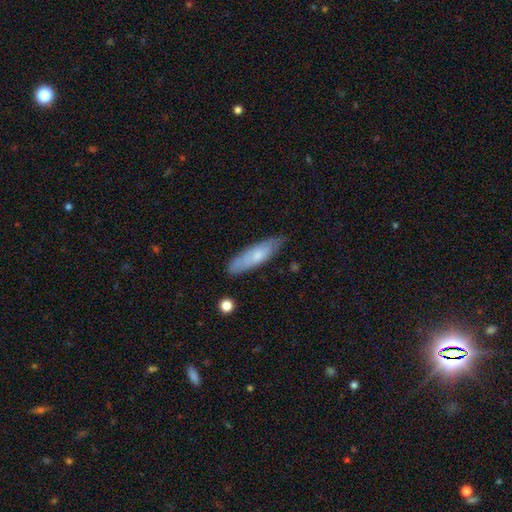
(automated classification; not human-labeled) Smooth or featured?
  - smooth: 61% *
  - featured or disk: 33%
  - star or artifact: 6%
How rounded?
  - cigar-shaped: 63% *
  - in between: 35%
  - round: 2%
Merging?
  - none: 76% *
  - minor disturbance: 19%
  - major disturbance: 3%
  - merger: 2%